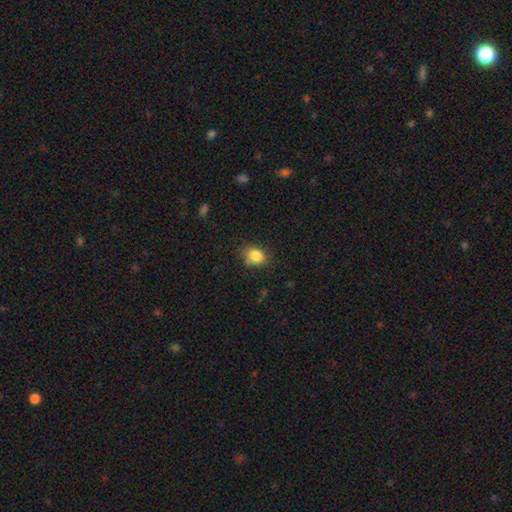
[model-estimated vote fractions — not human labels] Smooth or featured? Predicted: smooth (p=0.84). How rounded? Predicted: in between (p=0.53). Merging? Predicted: none (p=0.71).